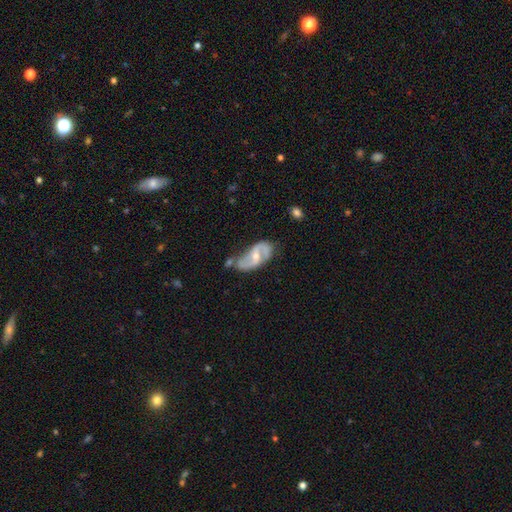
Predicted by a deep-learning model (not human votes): This is likely a featured or disk galaxy (80%). It is clearly not viewed edge-on (96%). Bar: possibly weak (46%). Spiral arm pattern: clearly yes (91%). Spiral arm count: clearly 2 (89%). Spiral winding: possibly loose (50%). Central bulge: possibly moderate (50%). Merging: possibly none (48%).